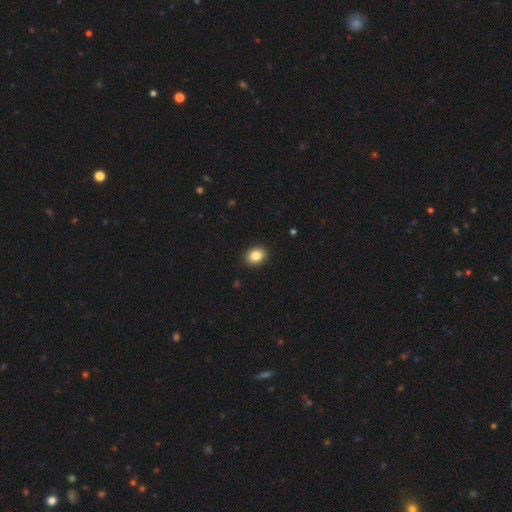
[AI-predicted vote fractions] Smooth or featured?
  - smooth: 87% *
  - star or artifact: 9%
  - featured or disk: 5%
How rounded?
  - in between: 64% *
  - round: 35%
  - cigar-shaped: 1%
Merging?
  - none: 91% *
  - minor disturbance: 6%
  - major disturbance: 2%
  - merger: 1%